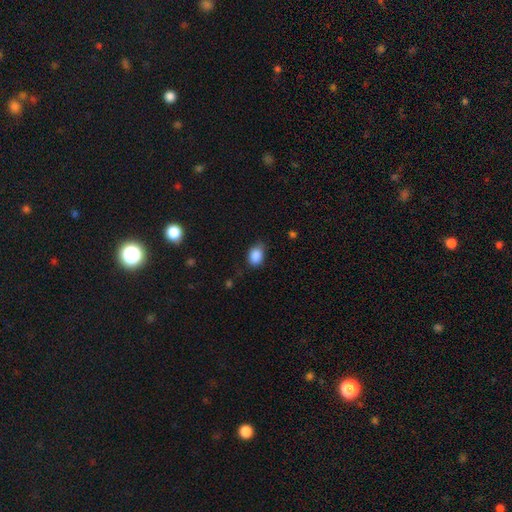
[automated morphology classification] Smooth or featured: smooth — 87% (star or artifact — 8%)
How rounded: in between — 73% (round — 26%)
Merging: none — 70% (minor disturbance — 24%)